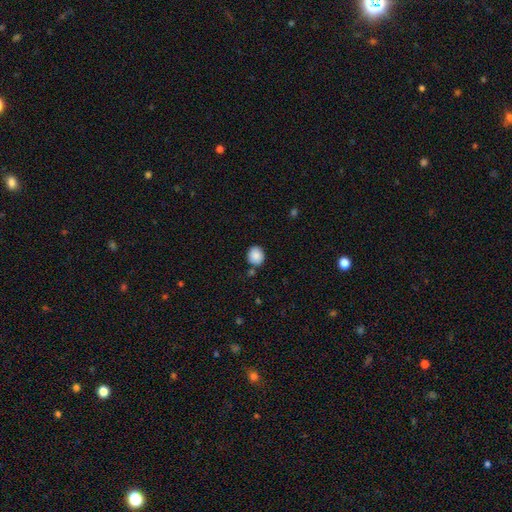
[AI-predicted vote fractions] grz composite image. It shows a smooth galaxy with no disk features (88%) that is round (77%). Merging: none (79%).